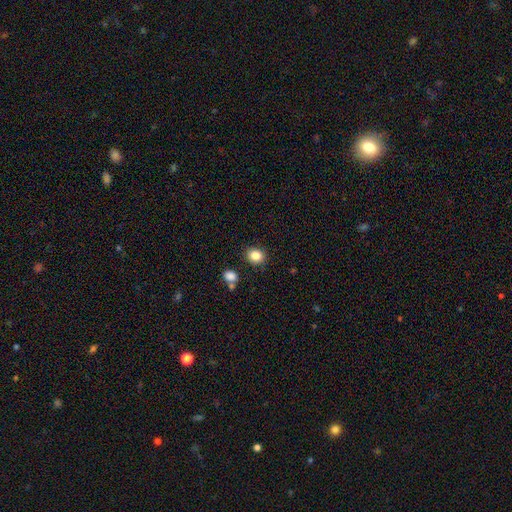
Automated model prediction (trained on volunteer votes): smooth 85%, star or artifact 10%, featured or disk 5%. Down the decision tree: how rounded — round (66%); merging — none (85%).